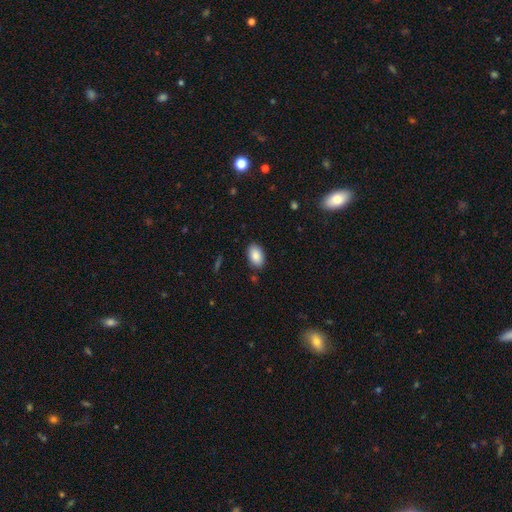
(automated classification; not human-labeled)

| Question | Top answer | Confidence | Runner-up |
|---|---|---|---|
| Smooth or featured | smooth | 88% | star or artifact (7%) |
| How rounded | in between | 92% | round (6%) |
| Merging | none | 87% | minor disturbance (10%) |